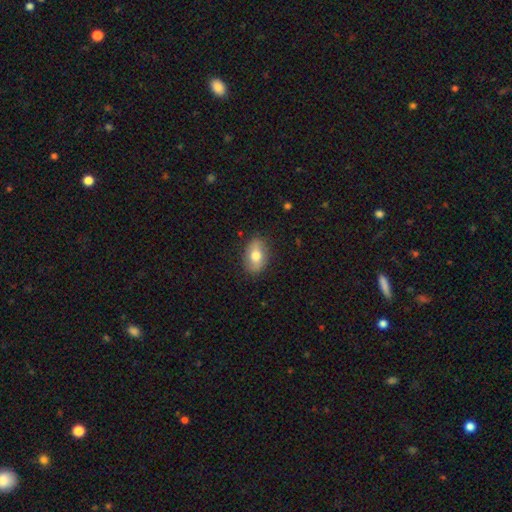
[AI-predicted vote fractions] Morphology: type=smooth (62%); roundness=in between (84%); merging=none (83%).